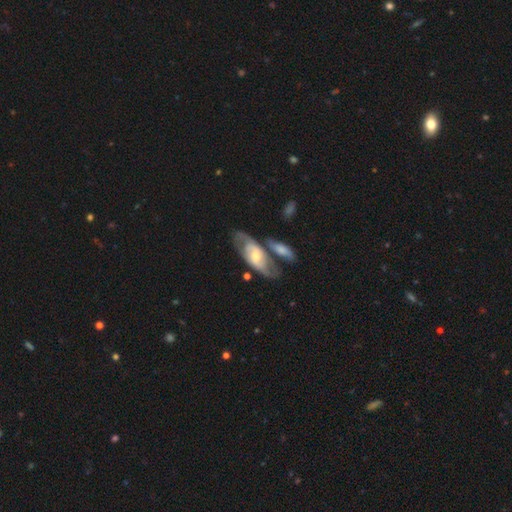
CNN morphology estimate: type=featured or disk (70%); edge-on=no (88%); bar=no (49%); spiral arms=yes (78%); bulge=moderate (59%); merging=none (53%).